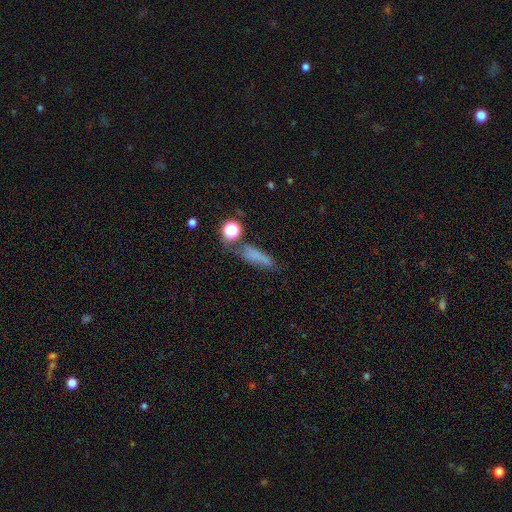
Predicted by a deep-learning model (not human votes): smooth 66%, featured or disk 17%, star or artifact 17%. Down the decision tree: how rounded — cigar-shaped (50%); merging — none (51%).